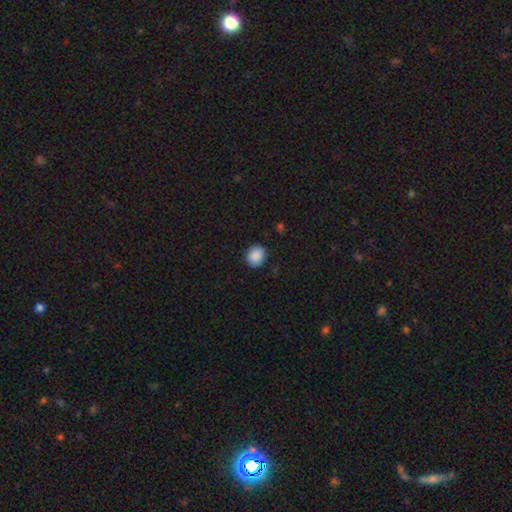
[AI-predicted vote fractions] smooth-or-featured: smooth: 89% | star or artifact: 8% | featured or disk: 3%
  how-rounded: round: 62% | in between: 37% | cigar-shaped: 1%
  merging: none: 89% | minor disturbance: 8% | major disturbance: 2% | merger: 1%